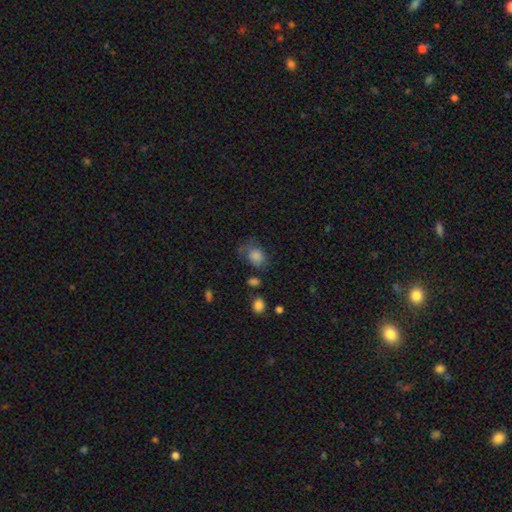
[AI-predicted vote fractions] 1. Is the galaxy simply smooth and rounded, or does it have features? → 78% smooth, 12% star or artifact, 9% featured or disk.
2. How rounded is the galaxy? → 58% in between, 41% round, 1% cigar-shaped.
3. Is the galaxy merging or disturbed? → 51% none, 28% minor disturbance, 16% major disturbance, 6% merger.